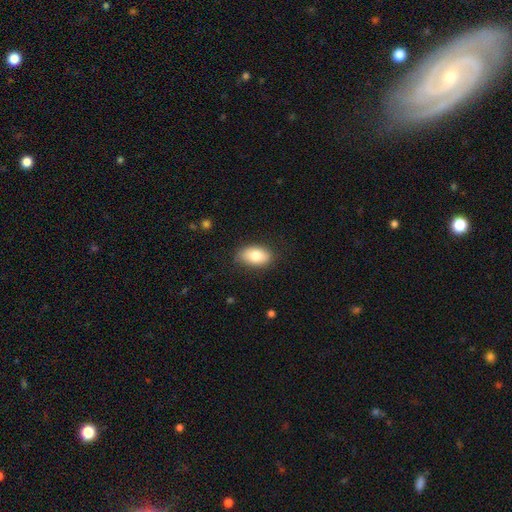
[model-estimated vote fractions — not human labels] Morphology: type=smooth (81%); roundness=in between (92%); merging=none (80%).